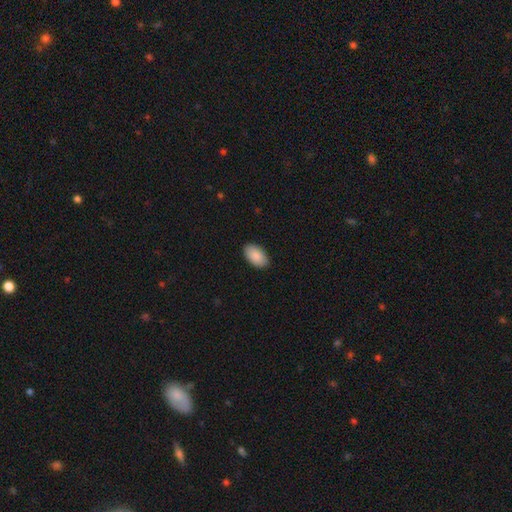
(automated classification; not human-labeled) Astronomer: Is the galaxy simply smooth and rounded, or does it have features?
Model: smooth — 90%.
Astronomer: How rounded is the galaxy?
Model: in between — 95%.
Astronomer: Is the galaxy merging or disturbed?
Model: none — 89%.